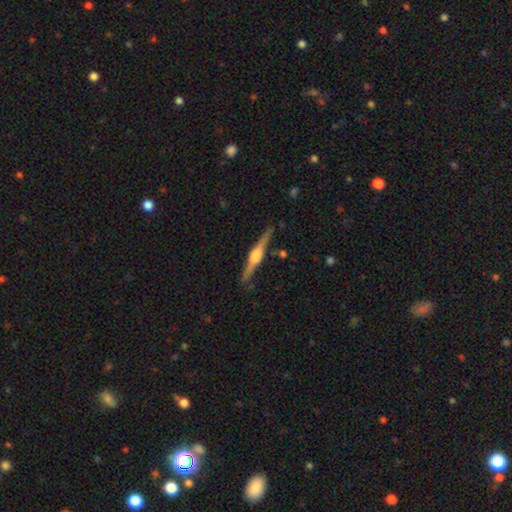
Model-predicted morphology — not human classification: Smooth or featured? featured or disk (82%)
Edge-on disk? yes (98%)
Edge-on bulge? rounded (89%)
Merging? none (88%)